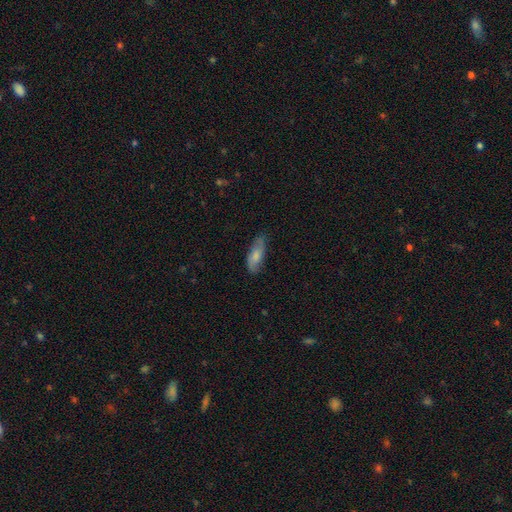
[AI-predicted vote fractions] Q: Smooth or featured?
A: smooth (71%); runner-up: featured or disk (23%)
Q: How rounded?
A: in between (75%); runner-up: cigar-shaped (23%)
Q: Merging?
A: none (72%); runner-up: minor disturbance (22%)